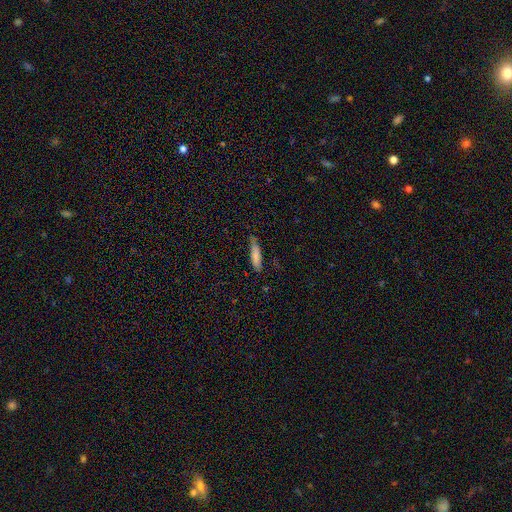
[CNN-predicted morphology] Smooth or featured? smooth (78%)
How rounded? cigar-shaped (75%)
Merging? none (71%)